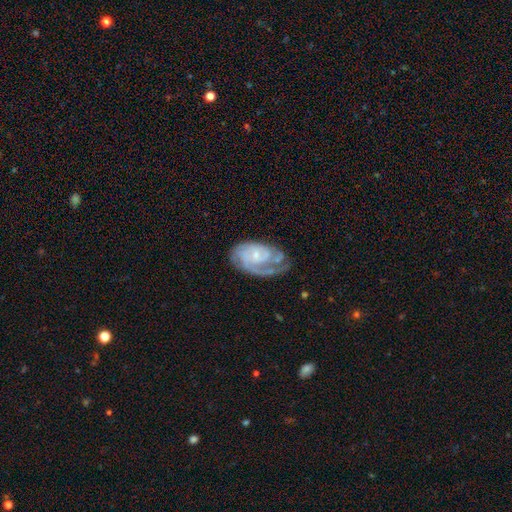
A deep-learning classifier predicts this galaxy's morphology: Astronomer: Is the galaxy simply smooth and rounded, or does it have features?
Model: featured or disk — 83%.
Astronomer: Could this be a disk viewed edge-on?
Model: no — 97%.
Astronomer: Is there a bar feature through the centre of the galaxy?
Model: no — 59% (runner-up: weak, 34%).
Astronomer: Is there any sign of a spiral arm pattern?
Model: yes — 95%.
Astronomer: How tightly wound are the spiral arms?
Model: tight — 57% (runner-up: medium, 34%).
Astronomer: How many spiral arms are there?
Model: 2 — 37% (runner-up: can't tell, 23%).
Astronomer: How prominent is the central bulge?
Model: small — 67%.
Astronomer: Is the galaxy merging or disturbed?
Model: none — 52%.